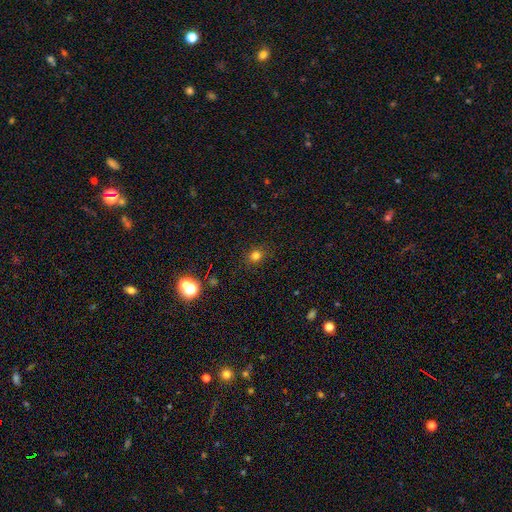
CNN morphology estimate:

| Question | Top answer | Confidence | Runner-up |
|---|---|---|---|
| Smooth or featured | smooth | 78% | star or artifact (17%) |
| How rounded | round | 73% | in between (26%) |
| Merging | none | 87% | minor disturbance (9%) |